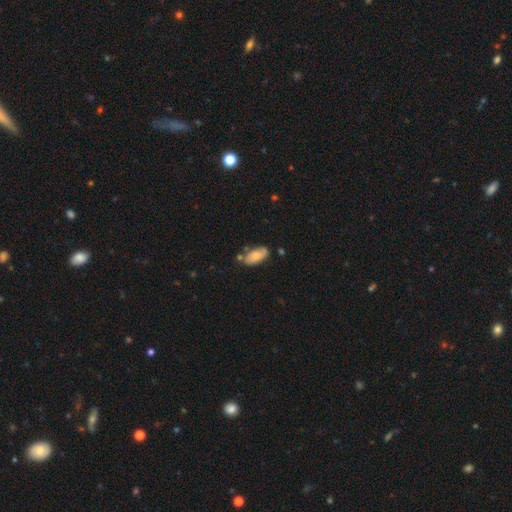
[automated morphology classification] This is likely a smooth galaxy (70%). How rounded: clearly in between (90%). Merging: likely none (63%).